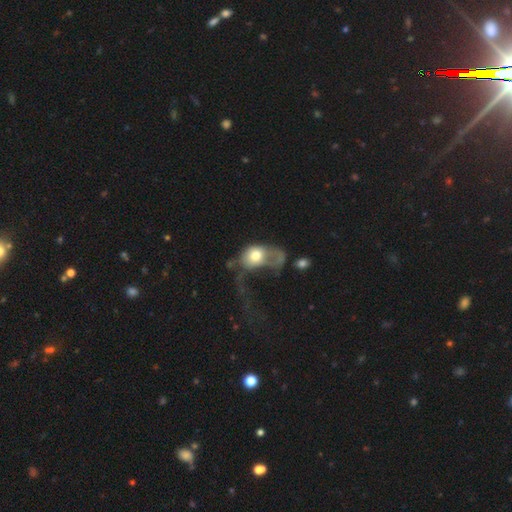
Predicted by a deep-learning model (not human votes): Smooth or featured?
  - smooth: 63% *
  - featured or disk: 28%
  - star or artifact: 9%
How rounded?
  - in between: 58% *
  - round: 40%
  - cigar-shaped: 2%
Merging?
  - major disturbance: 65% *
  - merger: 13%
  - minor disturbance: 12%
  - none: 11%